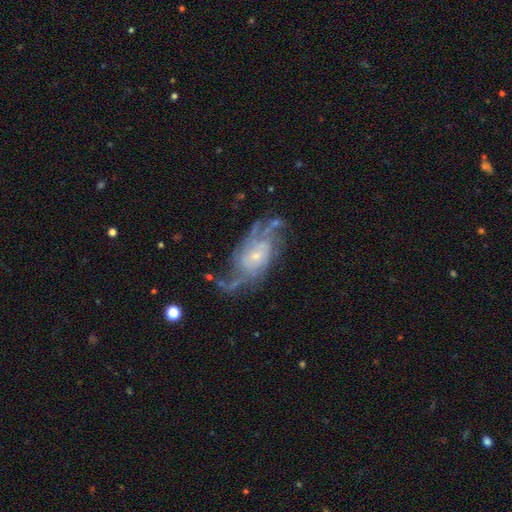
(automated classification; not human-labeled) A featured or disk galaxy (82%) with no bar (69%), medium (41%) spiral arms (89%) and a small central bulge (72%).

Vote fractions:
- Smooth or featured? featured or disk: 82% / smooth: 10% / star or artifact: 8%
- Edge-on disk? no: 95% / yes: 5%
- Bar? no: 69% / weak: 25% / strong: 6%
- Spiral arms? yes: 89% / no: 11%
- Spiral winding? medium: 41% / tight: 34% / loose: 25%
- Spiral arm count? can't tell: 36% / 2: 27% / 3: 14% / 4: 11% / more than 4: 6% / 1: 6%
- Bulge size? small: 72% / moderate: 21% / none: 4% / large: 2% / dominant: 1%
- Merging? none: 56% / minor disturbance: 21% / major disturbance: 20% / merger: 4%